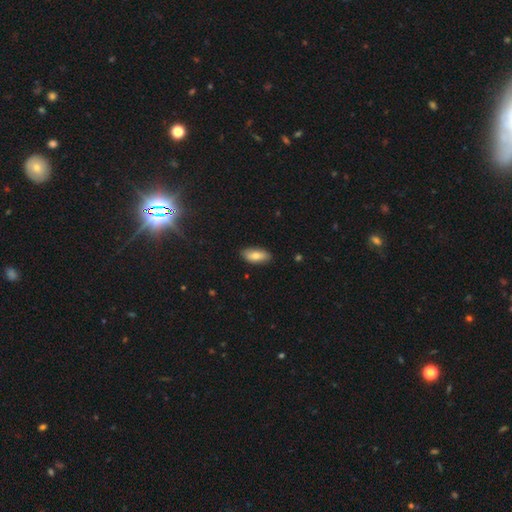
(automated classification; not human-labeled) Overall: smooth (75%). How rounded: in between (85%). Merging: none (86%).